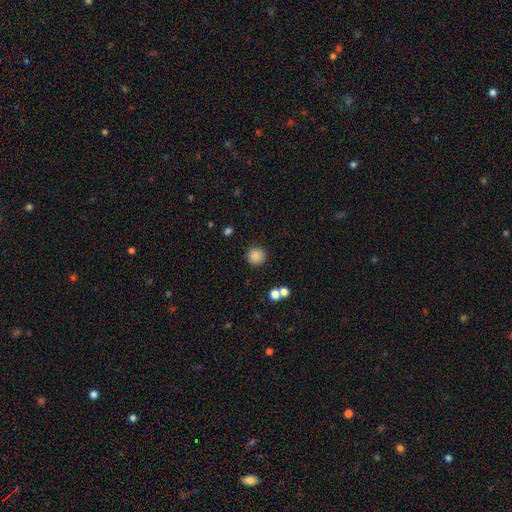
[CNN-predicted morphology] type=smooth (86%); roundness=round (94%); merging=none (88%).